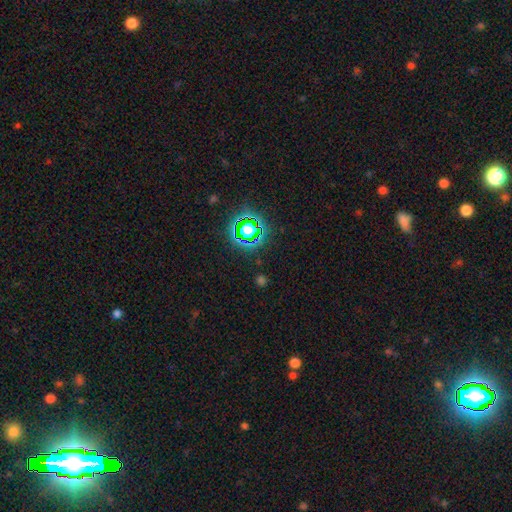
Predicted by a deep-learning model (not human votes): A star or artifact, not a galaxy (76%).

Vote fractions:
- Smooth or featured? star or artifact: 76% / smooth: 16% / featured or disk: 8%